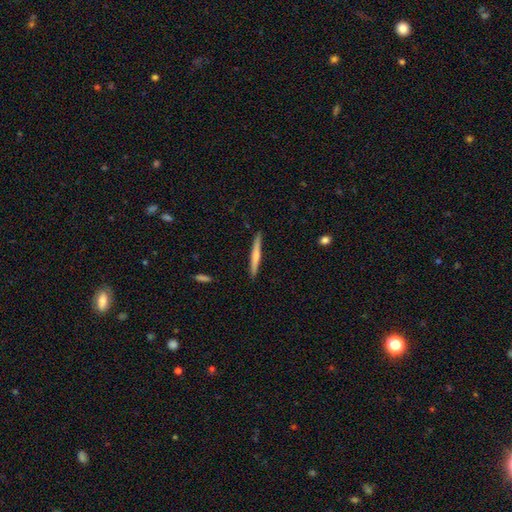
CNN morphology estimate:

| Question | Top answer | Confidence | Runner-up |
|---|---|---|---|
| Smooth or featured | smooth | 58% | featured or disk (37%) |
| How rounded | cigar-shaped | 96% | in between (3%) |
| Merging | none | 90% | minor disturbance (7%) |